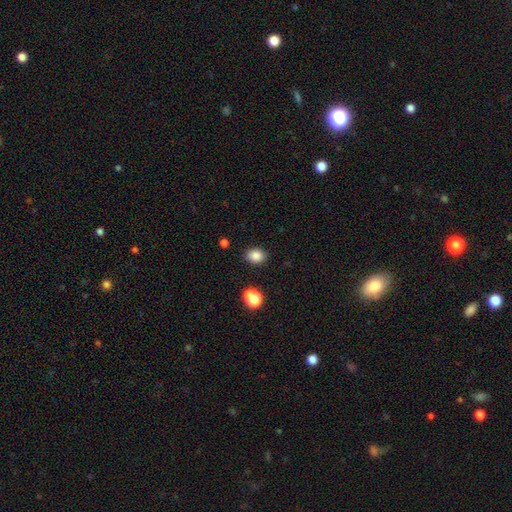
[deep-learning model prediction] Q: Smooth or featured?
A: smooth (84%); runner-up: star or artifact (11%)
Q: How rounded?
A: in between (56%); runner-up: round (43%)
Q: Merging?
A: none (84%); runner-up: minor disturbance (10%)